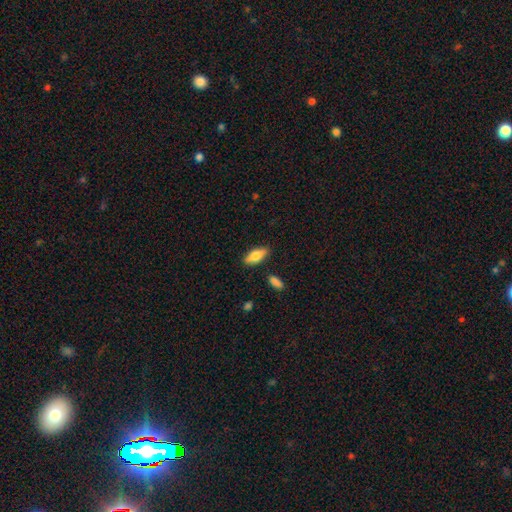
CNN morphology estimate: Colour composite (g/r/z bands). It shows a smooth galaxy with no disk features (74%) that is in between round and cigar-shaped (74%). Merging: none (84%).